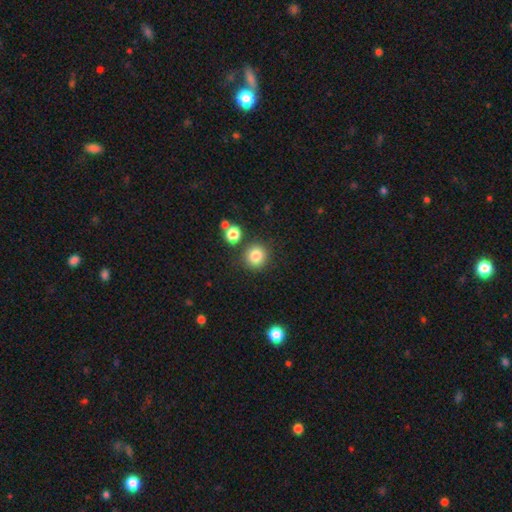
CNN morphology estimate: This appears to be a smooth galaxy with no disk features (83%) that is round (90%). Merging: none (82%).